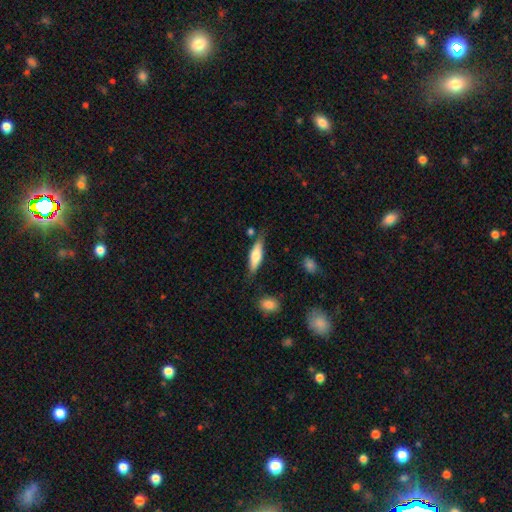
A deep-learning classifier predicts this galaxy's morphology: Overall: smooth (62%; featured or disk 32%). How rounded: cigar-shaped (58%; in between 40%). Merging: none (72%).